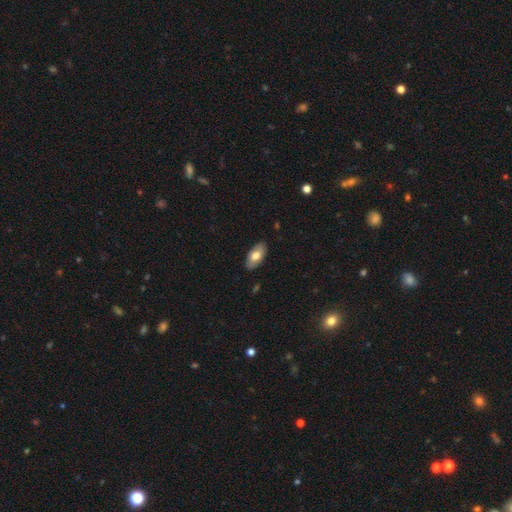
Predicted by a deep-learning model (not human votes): This is likely a smooth galaxy (71%). How rounded: clearly in between (94%). Merging: clearly none (86%).